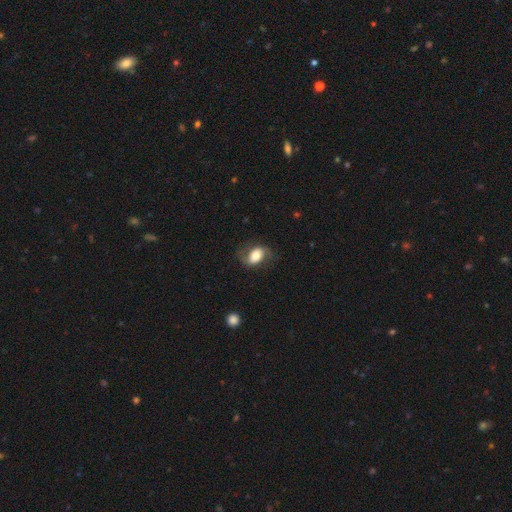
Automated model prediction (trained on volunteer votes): smooth 50%, featured or disk 42%, star or artifact 7%. Down the decision tree: how rounded — in between (82%); merging — none (66%).